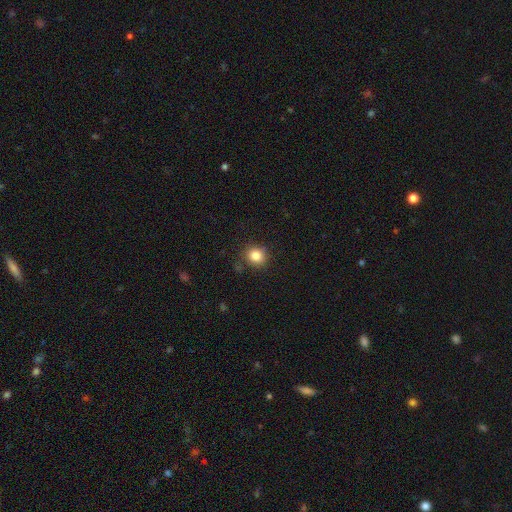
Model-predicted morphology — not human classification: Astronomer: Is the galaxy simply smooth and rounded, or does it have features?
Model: smooth — 84%.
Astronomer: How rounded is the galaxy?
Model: round — 86%.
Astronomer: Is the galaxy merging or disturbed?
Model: none — 85%.